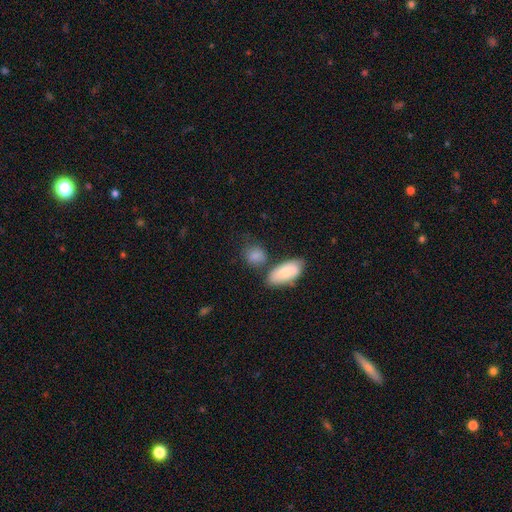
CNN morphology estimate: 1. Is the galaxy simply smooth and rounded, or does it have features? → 84% smooth, 9% featured or disk, 8% star or artifact.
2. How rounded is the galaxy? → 50% round, 47% in between, 4% cigar-shaped.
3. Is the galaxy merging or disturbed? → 58% none, 18% merger, 18% minor disturbance, 6% major disturbance.